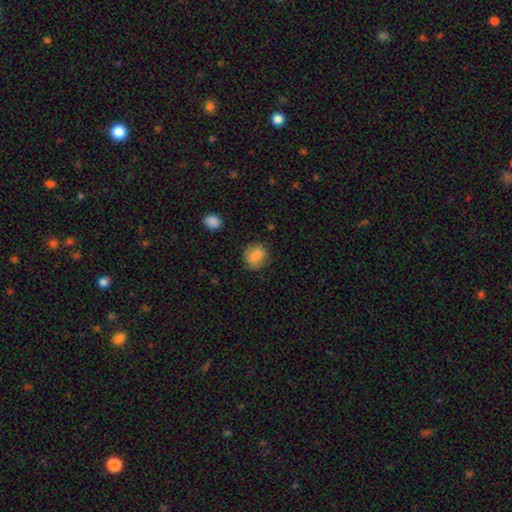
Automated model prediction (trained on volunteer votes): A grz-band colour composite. It shows a smooth galaxy with no disk features (85%) that is round (67%). Merging: none (78%).